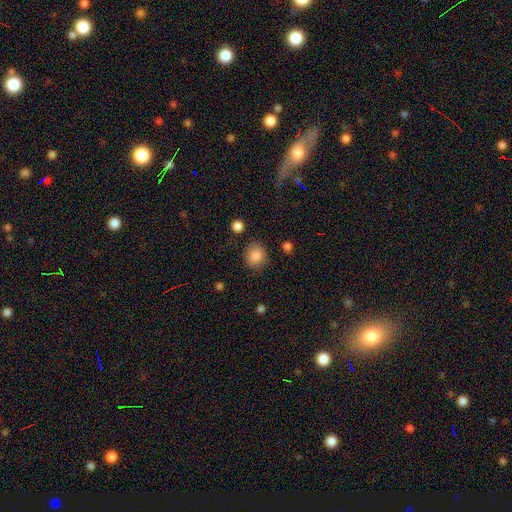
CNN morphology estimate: A smooth galaxy with no disk features (86%) that is round (79%).

Vote fractions:
- Smooth or featured? smooth: 86% / star or artifact: 9% / featured or disk: 5%
- How rounded? round: 79% / in between: 20% / cigar-shaped: 1%
- Merging? none: 86% / minor disturbance: 9% / major disturbance: 3% / merger: 2%